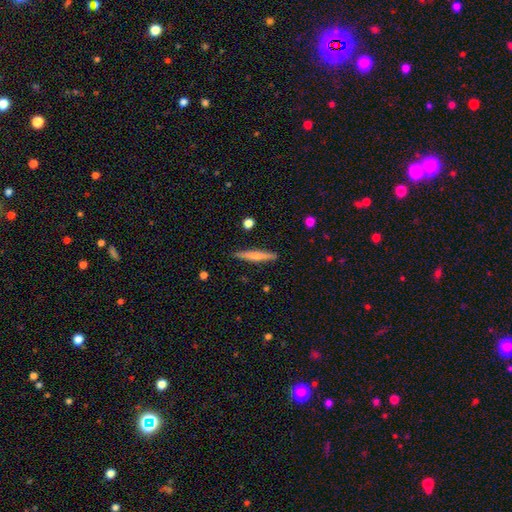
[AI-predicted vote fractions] This is possibly a smooth galaxy (57%). How rounded: clearly cigar-shaped (93%). Merging: clearly none (89%).